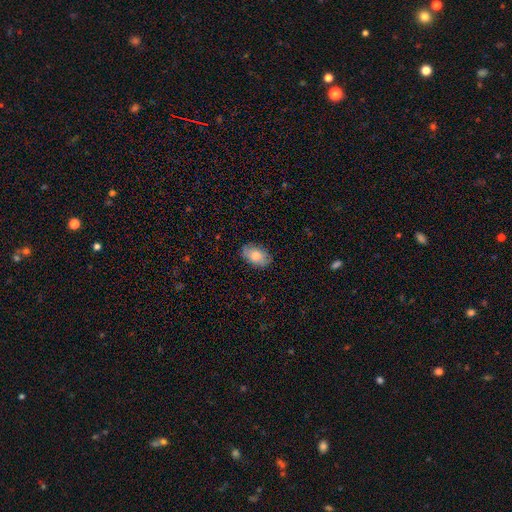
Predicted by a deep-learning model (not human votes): Smooth or featured?
  - smooth: 74% *
  - featured or disk: 18%
  - star or artifact: 8%
How rounded?
  - in between: 88% *
  - round: 10%
  - cigar-shaped: 2%
Merging?
  - none: 83% *
  - minor disturbance: 13%
  - major disturbance: 3%
  - merger: 1%